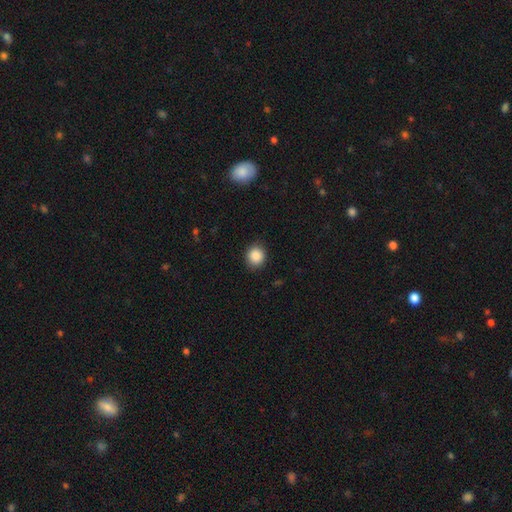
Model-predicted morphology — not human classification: Smooth or featured?
  - smooth: 88% *
  - star or artifact: 9%
  - featured or disk: 3%
How rounded?
  - round: 80% *
  - in between: 19%
  - cigar-shaped: 1%
Merging?
  - none: 87% *
  - minor disturbance: 9%
  - major disturbance: 2%
  - merger: 1%